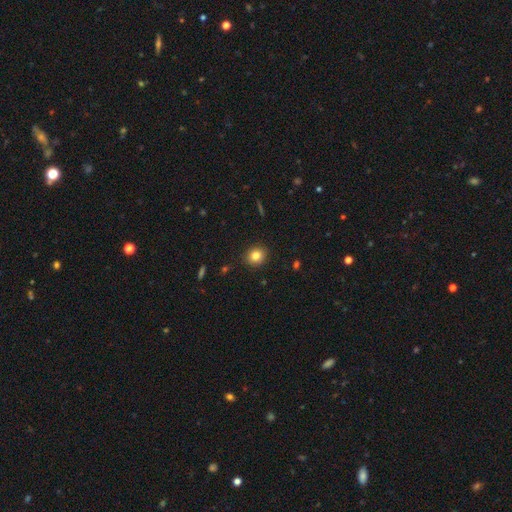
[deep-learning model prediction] Overall: smooth (83%). How rounded: round (79%). Merging: none (90%).